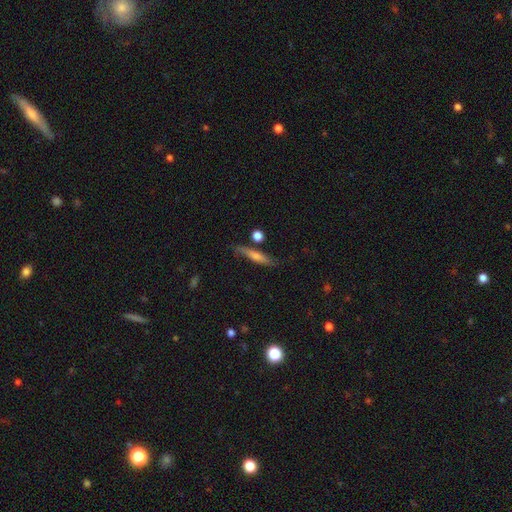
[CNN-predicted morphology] smooth 49%, featured or disk 43%, star or artifact 8%. Down the decision tree: merging — none (74%).